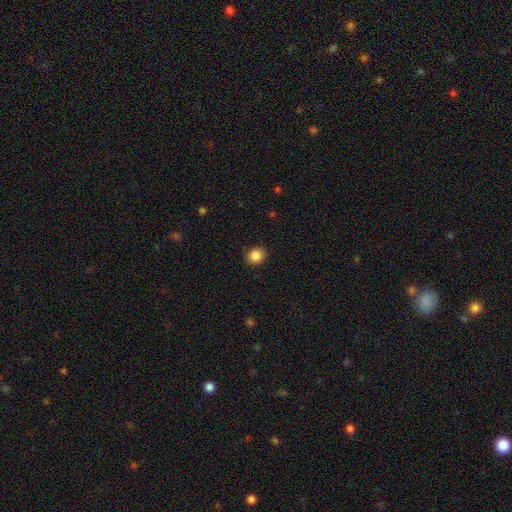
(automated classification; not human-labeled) Smooth or featured?
  - smooth: 87% *
  - star or artifact: 9%
  - featured or disk: 4%
How rounded?
  - round: 73% *
  - in between: 26%
  - cigar-shaped: 1%
Merging?
  - none: 89% *
  - minor disturbance: 8%
  - major disturbance: 2%
  - merger: 1%